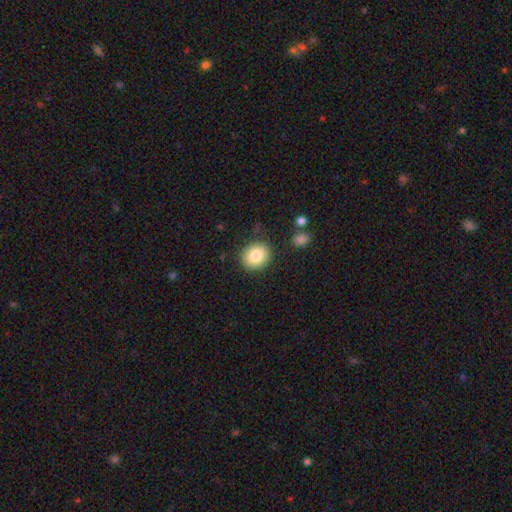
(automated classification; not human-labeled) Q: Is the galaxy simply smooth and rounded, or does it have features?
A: smooth — 82%.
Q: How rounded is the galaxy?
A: round — 68%.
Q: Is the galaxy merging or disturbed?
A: none — 86%.